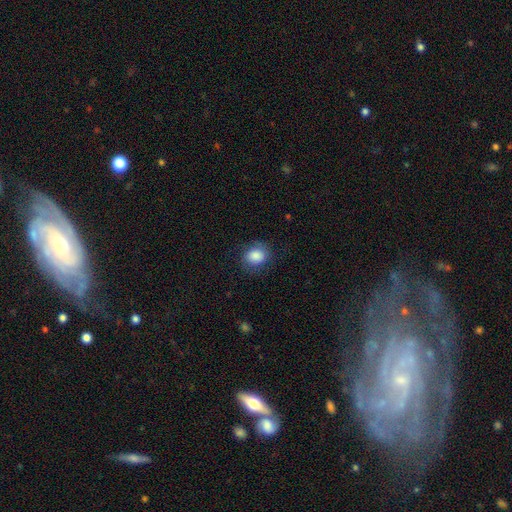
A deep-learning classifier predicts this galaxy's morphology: smooth 85%, star or artifact 8%, featured or disk 7%. Down the decision tree: how rounded — round (63%); merging — none (79%).